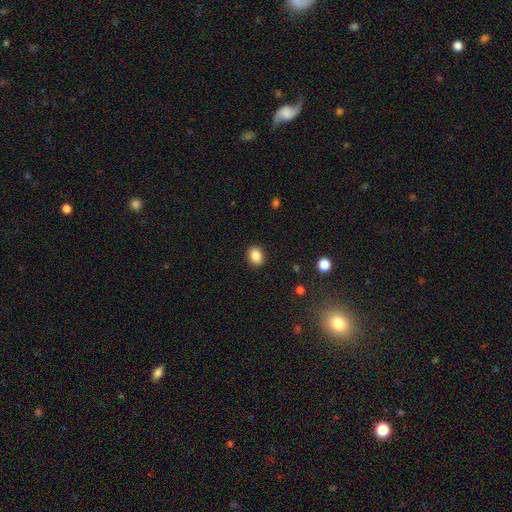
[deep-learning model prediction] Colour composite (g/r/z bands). It shows a smooth galaxy with no disk features (87%) that is in between round and cigar-shaped (59%). Merging: none (90%).